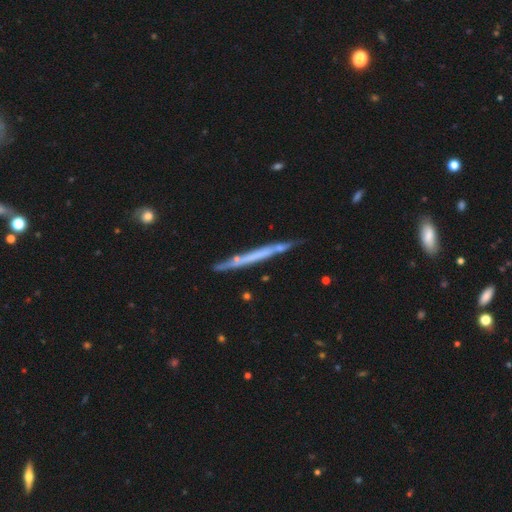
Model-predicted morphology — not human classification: type=featured or disk (57%); edge-on=yes (94%); edge-on bulge=none (87%); merging=none (77%).